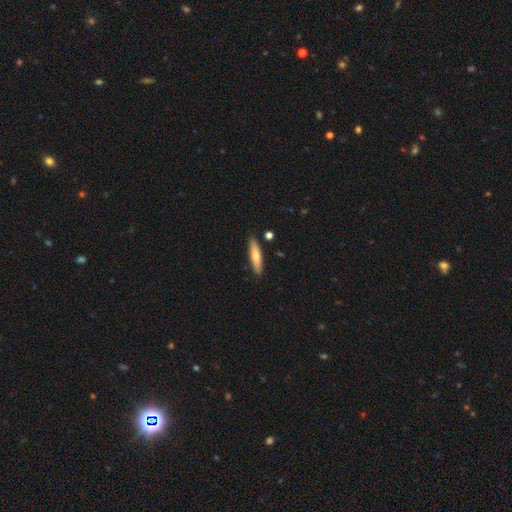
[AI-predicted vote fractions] The model was most divided on "smooth or featured": smooth: 63%, featured or disk: 31%, star or artifact: 6%. More confident: merging — none (87%); how rounded — cigar-shaped (78%).